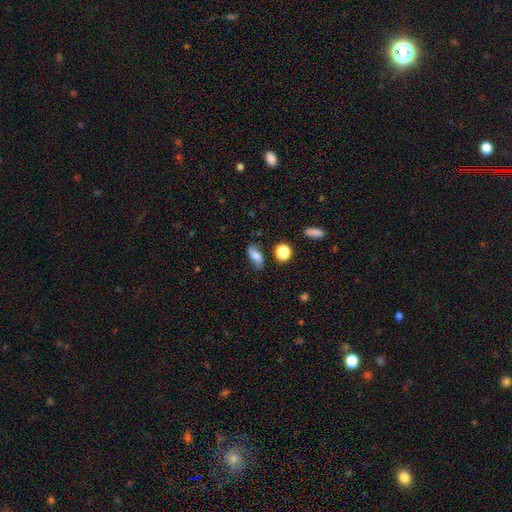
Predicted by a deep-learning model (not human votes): Smooth or featured?
  - smooth: 70% *
  - featured or disk: 20%
  - star or artifact: 11%
How rounded?
  - in between: 80% *
  - cigar-shaped: 11%
  - round: 9%
Merging?
  - none: 71% *
  - minor disturbance: 20%
  - major disturbance: 5%
  - merger: 4%